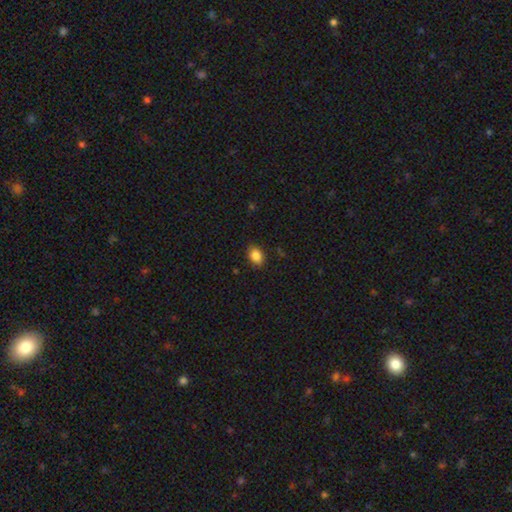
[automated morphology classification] Smooth or featured: smooth — 86% (star or artifact — 9%)
How rounded: in between — 72% (round — 27%)
Merging: none — 87% (minor disturbance — 10%)